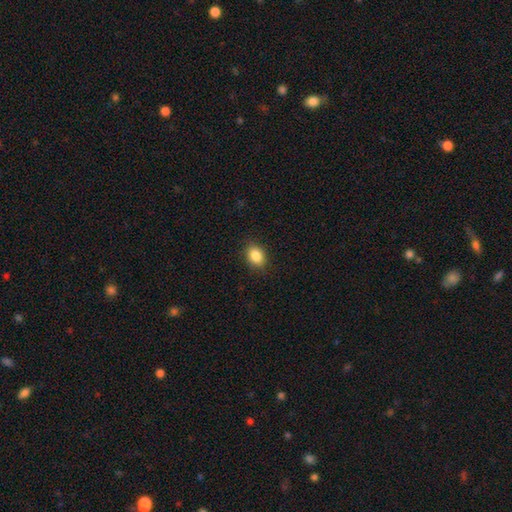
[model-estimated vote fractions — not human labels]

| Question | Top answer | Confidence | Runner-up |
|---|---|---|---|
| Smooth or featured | smooth | 86% | star or artifact (9%) |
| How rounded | in between | 69% | round (30%) |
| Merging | none | 88% | minor disturbance (9%) |